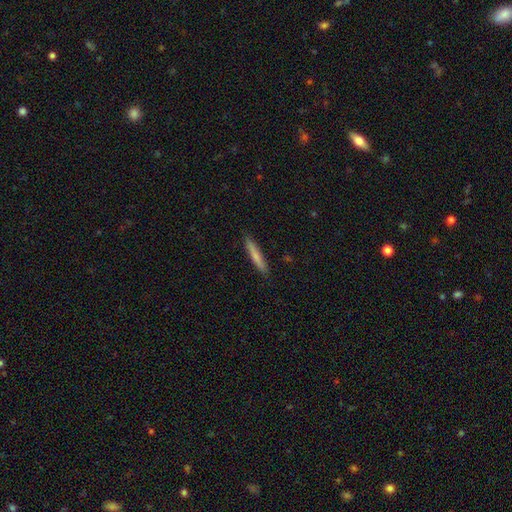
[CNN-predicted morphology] This appears to be a smooth galaxy with no disk features (74%) that is cigar-shaped (94%). Merging: none (90%).